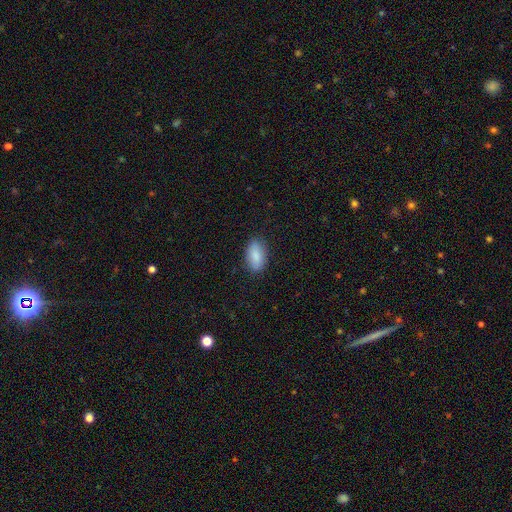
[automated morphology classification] This is clearly a smooth galaxy (87%). How rounded: clearly in between (92%). Merging: clearly none (86%).